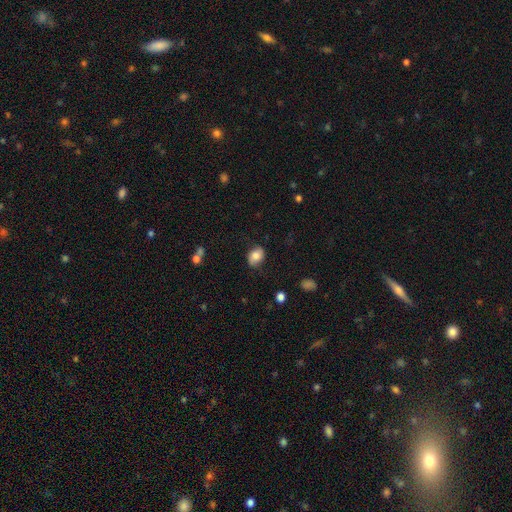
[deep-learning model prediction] Smooth or featured?
  - smooth: 75% *
  - featured or disk: 17%
  - star or artifact: 8%
How rounded?
  - in between: 69% *
  - round: 30%
  - cigar-shaped: 1%
Merging?
  - none: 73% *
  - minor disturbance: 20%
  - major disturbance: 5%
  - merger: 1%